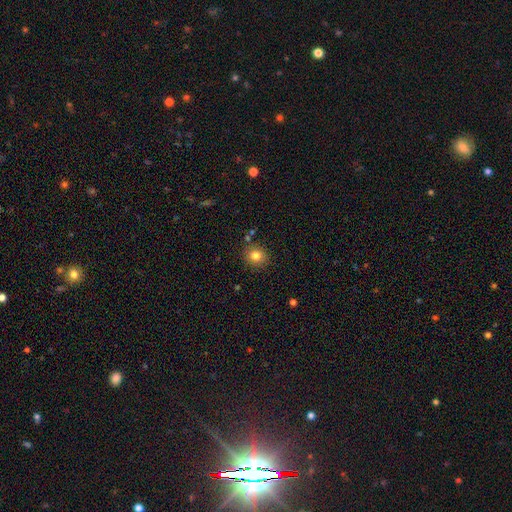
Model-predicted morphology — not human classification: The model was most divided on "how rounded": round: 83%, in between: 16%, cigar-shaped: 1%. More confident: merging — none (86%); smooth or featured — smooth (80%).